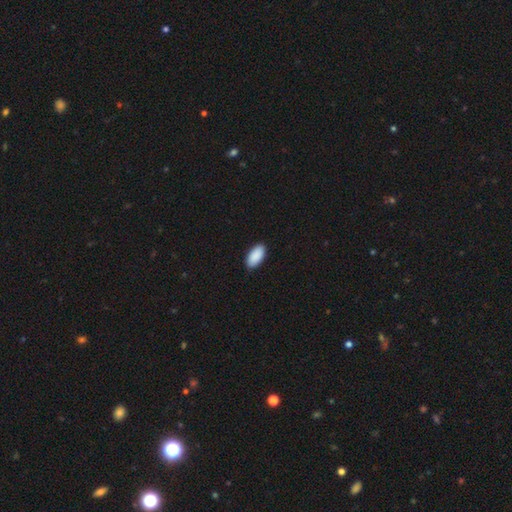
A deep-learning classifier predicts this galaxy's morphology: Q: Smooth or featured?
A: smooth (92%); runner-up: star or artifact (6%)
Q: How rounded?
A: in between (95%); runner-up: cigar-shaped (3%)
Q: Merging?
A: none (90%); runner-up: minor disturbance (8%)